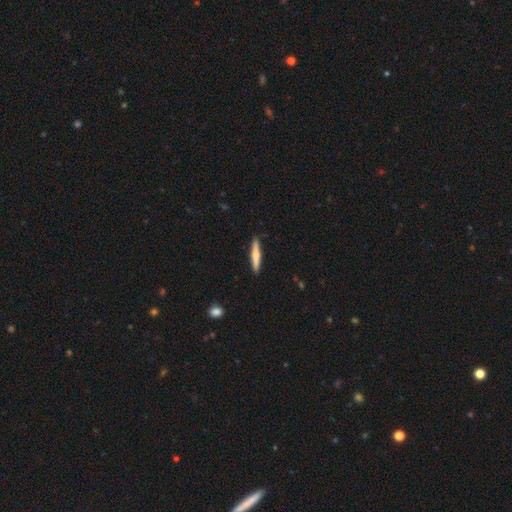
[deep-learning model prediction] Morphology: type=smooth (59%); roundness=cigar-shaped (91%); merging=none (90%).